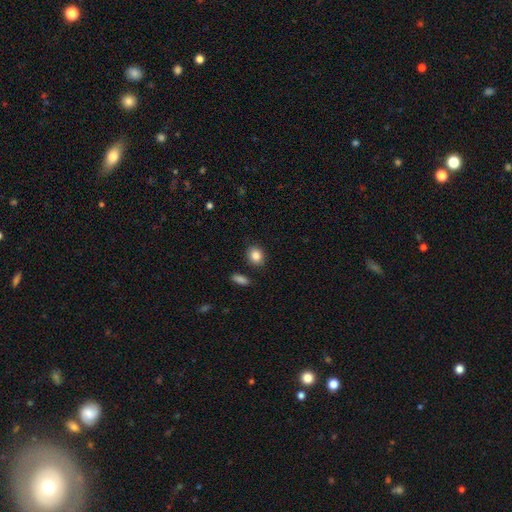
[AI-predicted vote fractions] smooth_or_featured: smooth (p=0.85) [alt: star or artifact p=0.09]
how_rounded: round (p=0.58) [alt: in between p=0.41]
merging: none (p=0.86) [alt: minor disturbance p=0.09]